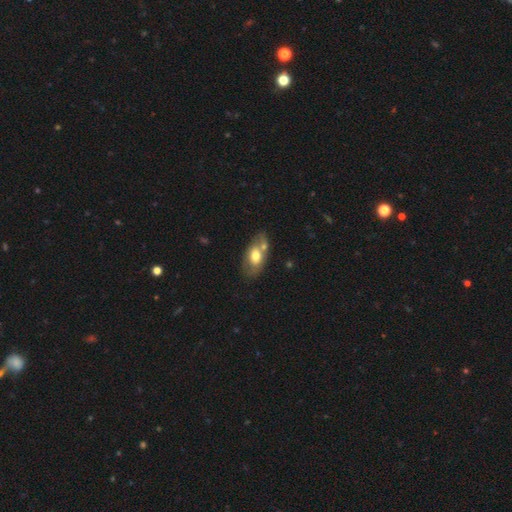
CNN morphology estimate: type=smooth (61%); roundness=in between (89%); merging=none (49%).